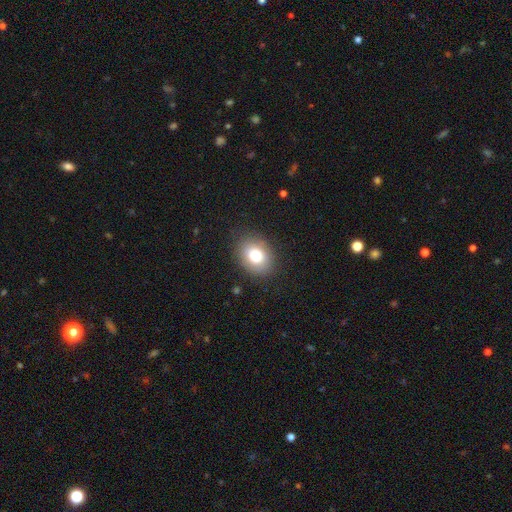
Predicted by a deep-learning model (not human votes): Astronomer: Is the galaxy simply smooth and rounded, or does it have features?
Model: smooth — 77%.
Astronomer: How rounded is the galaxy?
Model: in between — 55% (runner-up: round, 44%).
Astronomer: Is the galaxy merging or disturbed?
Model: none — 86%.